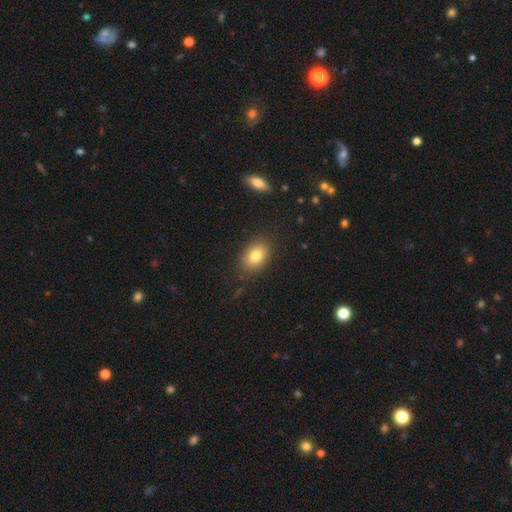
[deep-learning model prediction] This is clearly a smooth galaxy (81%). How rounded: likely in between (77%). Merging: clearly none (84%).